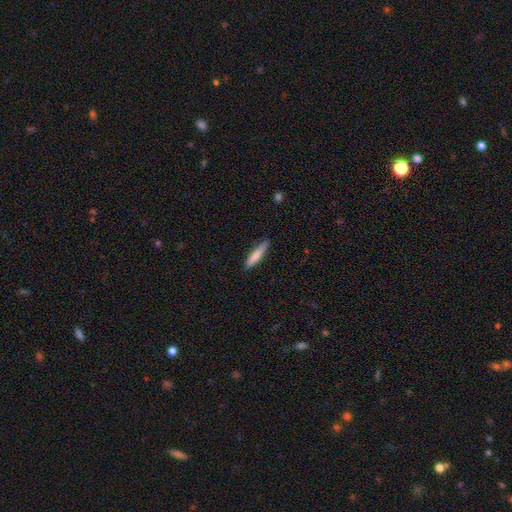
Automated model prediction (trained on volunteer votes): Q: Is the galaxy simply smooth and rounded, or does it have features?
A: smooth — 76%.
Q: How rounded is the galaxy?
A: cigar-shaped — 90%.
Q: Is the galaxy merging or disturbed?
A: none — 86%.